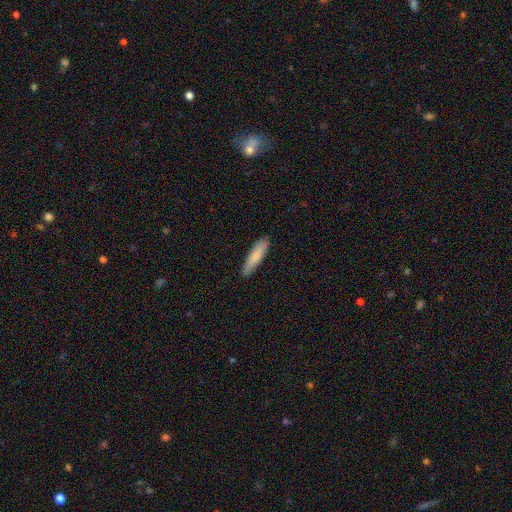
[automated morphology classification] smooth 82%, featured or disk 12%, star or artifact 5%. Down the decision tree: how rounded — cigar-shaped (79%); merging — none (88%).